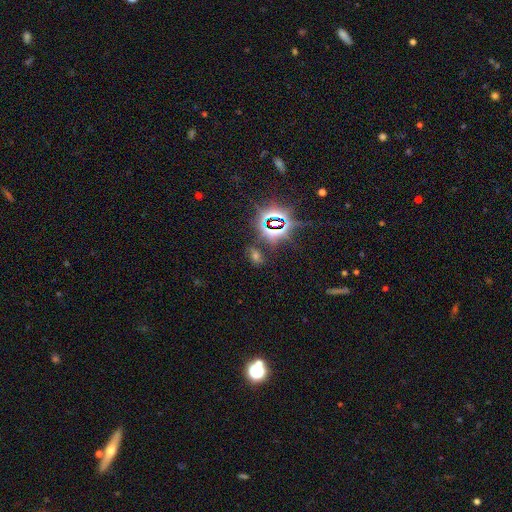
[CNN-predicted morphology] A star or artifact, not a galaxy (61%).